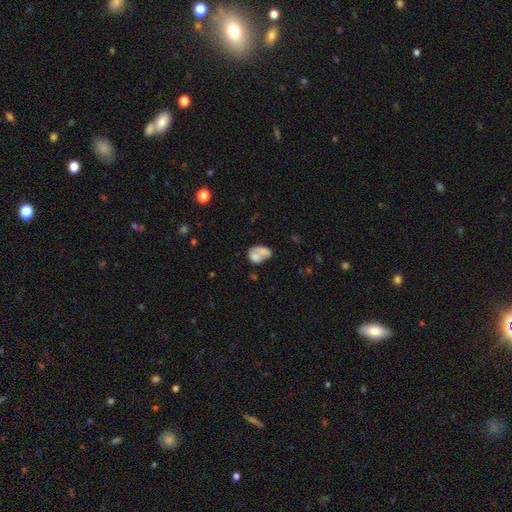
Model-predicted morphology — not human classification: smooth-or-featured: smooth: 64% | featured or disk: 27% | star or artifact: 9%
  how-rounded: in between: 70% | round: 29% | cigar-shaped: 1%
  merging: merger: 54% | none: 23% | minor disturbance: 12% | major disturbance: 12%